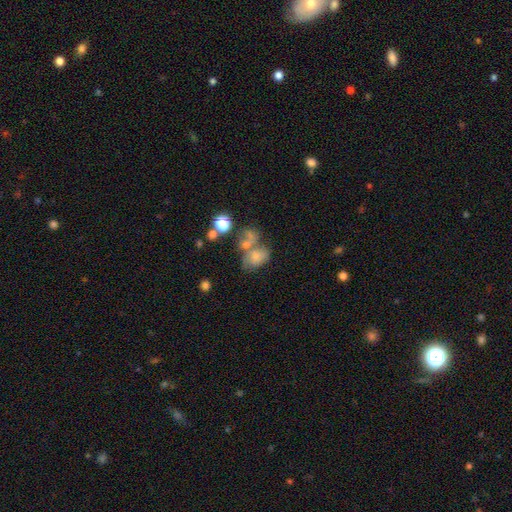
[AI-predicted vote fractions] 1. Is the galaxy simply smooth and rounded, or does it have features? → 37% smooth, 34% featured or disk, 29% star or artifact.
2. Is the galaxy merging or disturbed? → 37% merger (tied), 37% none (tied), 13% major disturbance, 13% minor disturbance.